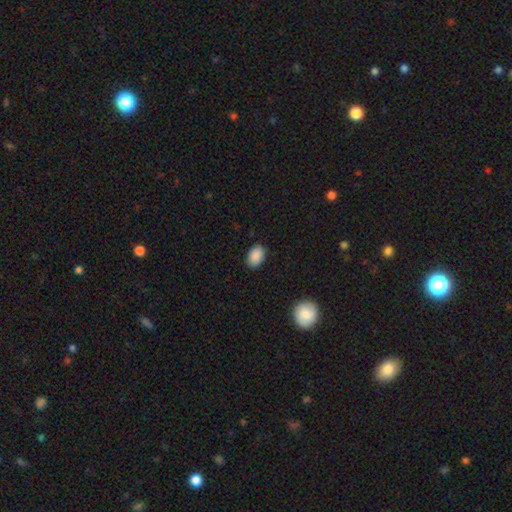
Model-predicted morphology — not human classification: This is clearly a smooth galaxy (89%). How rounded: clearly in between (87%). Merging: clearly none (88%).